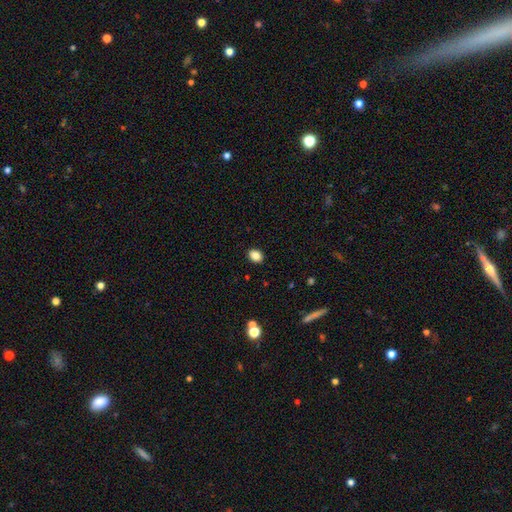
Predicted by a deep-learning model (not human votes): A smooth galaxy with no disk features (86%) that is in between round and cigar-shaped (61%).

Vote fractions:
- Smooth or featured? smooth: 86% / star or artifact: 10% / featured or disk: 4%
- How rounded? in between: 61% / round: 38% / cigar-shaped: 1%
- Merging? none: 90% / minor disturbance: 7% / major disturbance: 2% / merger: 1%